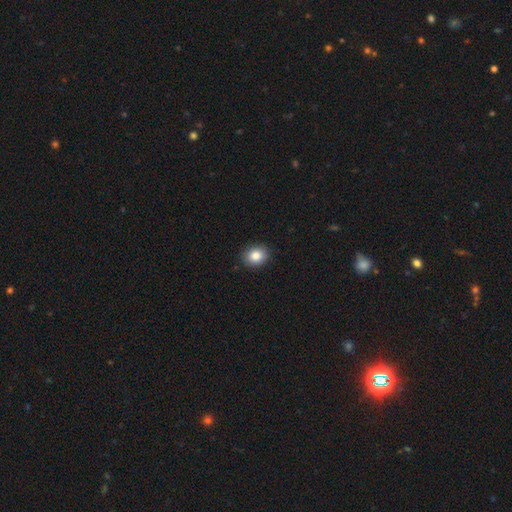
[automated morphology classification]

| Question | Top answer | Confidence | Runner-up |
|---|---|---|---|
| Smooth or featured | smooth | 85% | star or artifact (9%) |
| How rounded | round | 54% | in between (45%) |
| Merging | none | 90% | minor disturbance (7%) |